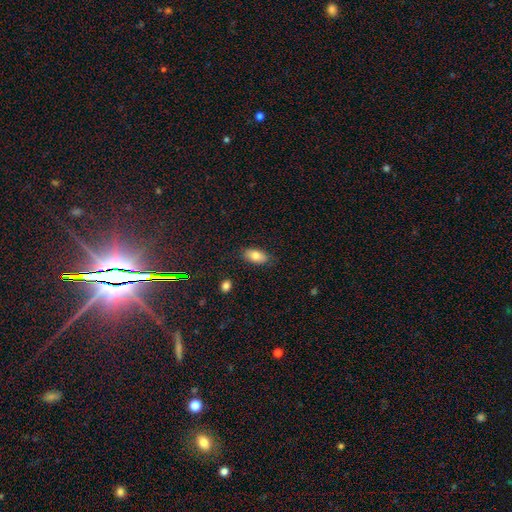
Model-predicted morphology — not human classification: smooth 79%, featured or disk 13%, star or artifact 8%. Down the decision tree: how rounded — in between (91%); merging — none (85%).